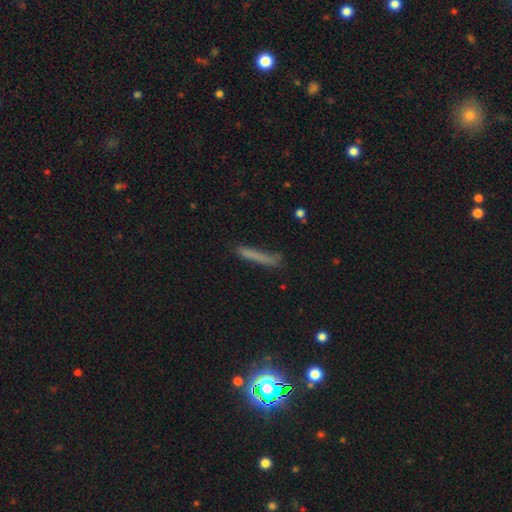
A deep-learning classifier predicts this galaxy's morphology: smooth-or-featured: smooth: 70% | featured or disk: 19% | star or artifact: 11%
  how-rounded: cigar-shaped: 94% | in between: 4% | round: 2%
  merging: none: 74% | minor disturbance: 18% | major disturbance: 5% | merger: 3%